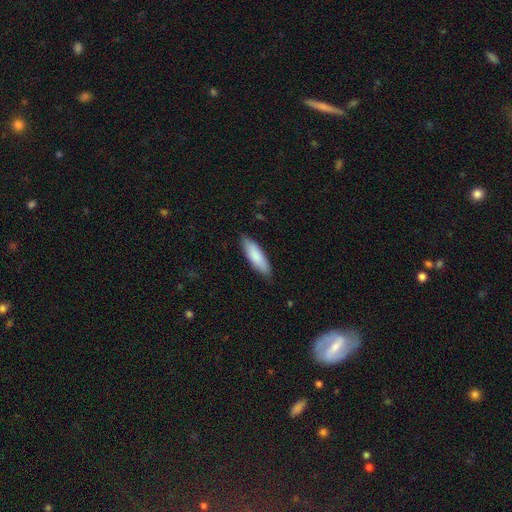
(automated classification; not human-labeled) Q: Smooth or featured?
A: smooth (84%); runner-up: featured or disk (10%)
Q: How rounded?
A: in between (50%); runner-up: cigar-shaped (48%)
Q: Merging?
A: none (83%); runner-up: minor disturbance (14%)